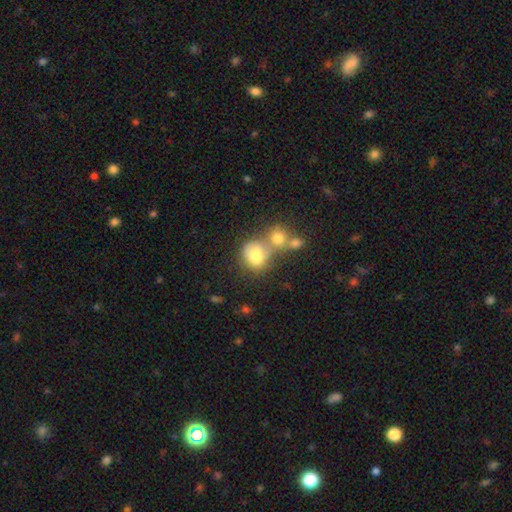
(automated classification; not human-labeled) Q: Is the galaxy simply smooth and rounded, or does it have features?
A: smooth — 67%.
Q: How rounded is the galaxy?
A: round — 62%.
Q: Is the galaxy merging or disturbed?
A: merger — 55%.